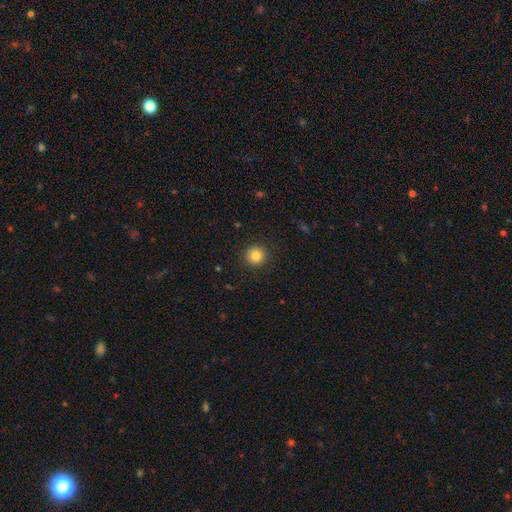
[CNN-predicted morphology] Smooth or featured? smooth (83%)
How rounded? round (95%)
Merging? none (92%)